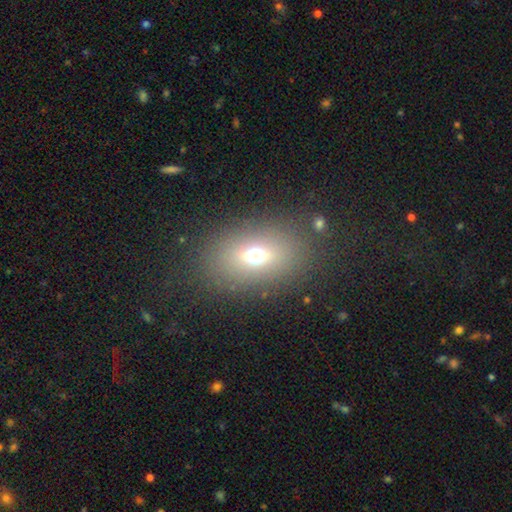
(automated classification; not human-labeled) This is likely a smooth galaxy (61%). How rounded: likely in between (75%). Merging: clearly none (82%).